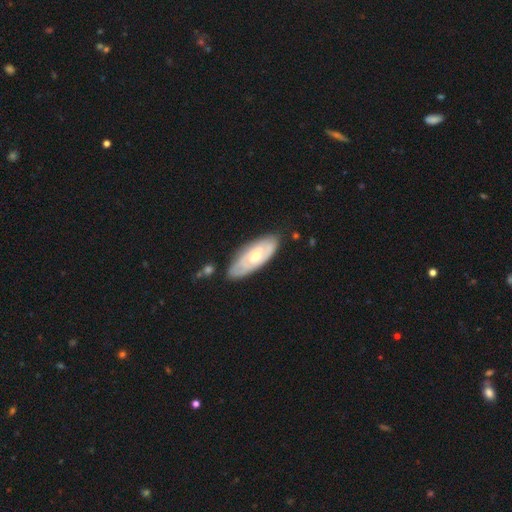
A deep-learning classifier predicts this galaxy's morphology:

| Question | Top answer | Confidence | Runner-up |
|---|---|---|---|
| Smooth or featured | featured or disk | 69% | smooth (26%) |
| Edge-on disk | no | 88% | yes (12%) |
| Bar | no | 66% | weak (29%) |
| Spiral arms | yes | 79% | no (21%) |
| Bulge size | moderate | 52% | small (42%) |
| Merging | none | 75% | minor disturbance (18%) |